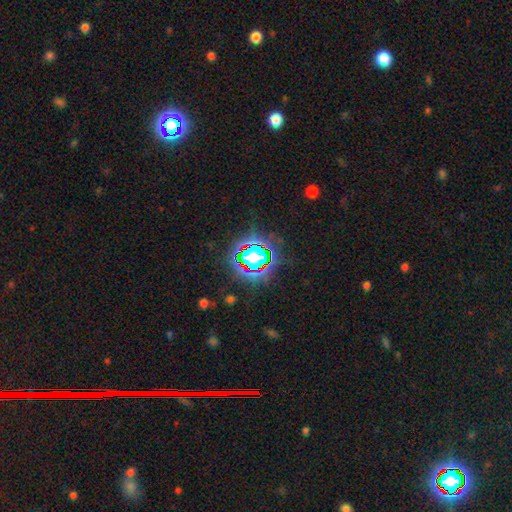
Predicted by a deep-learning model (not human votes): This appears to be a star or artifact, not a galaxy (71%).